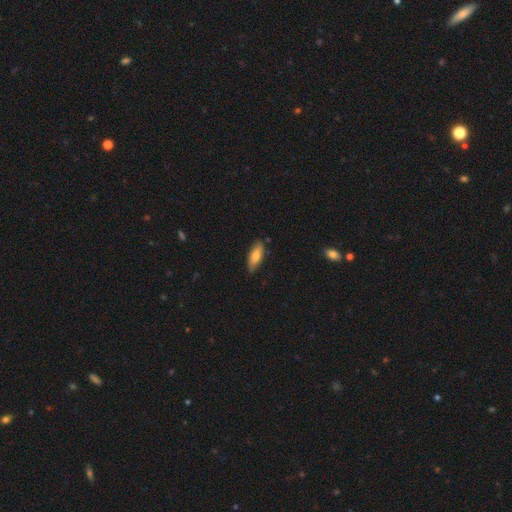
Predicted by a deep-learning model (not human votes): Overall: smooth (70%). How rounded: in between (60%; cigar-shaped 38%). Merging: none (81%).